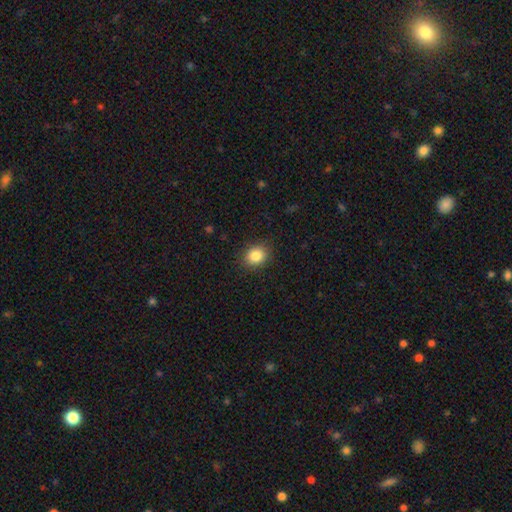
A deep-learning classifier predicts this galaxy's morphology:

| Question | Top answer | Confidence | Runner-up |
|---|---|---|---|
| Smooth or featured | smooth | 85% | star or artifact (10%) |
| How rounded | round | 59% | in between (40%) |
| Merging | none | 87% | minor disturbance (9%) |